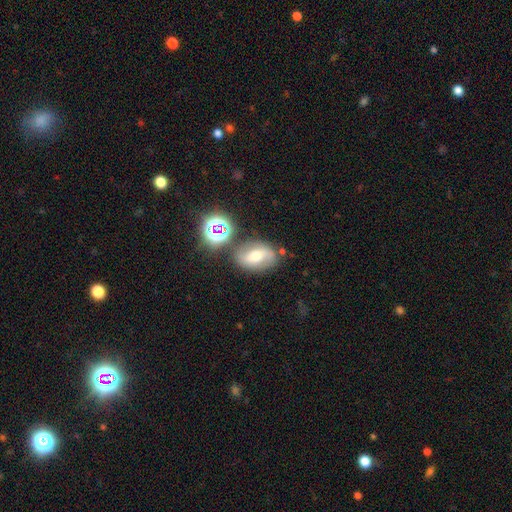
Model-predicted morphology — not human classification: Overall: featured or disk (45%; smooth 38%). Merging: none (72%).